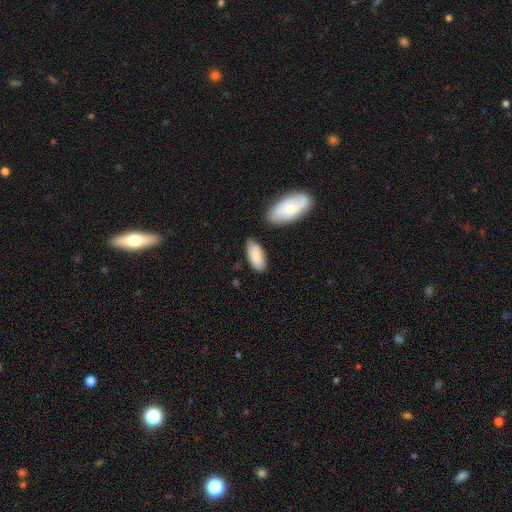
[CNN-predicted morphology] smooth_or_featured: smooth (p=0.77) [alt: featured or disk p=0.17]
how_rounded: in between (p=0.90) [alt: cigar-shaped p=0.08]
merging: none (p=0.69) [alt: minor disturbance p=0.20]